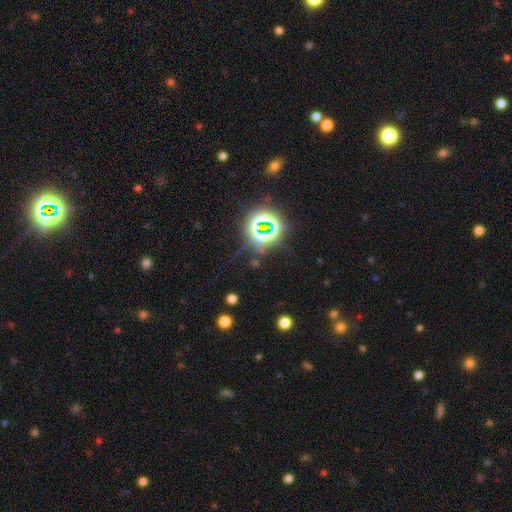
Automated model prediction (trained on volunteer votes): Smooth or featured? Predicted: star or artifact (p=0.75).